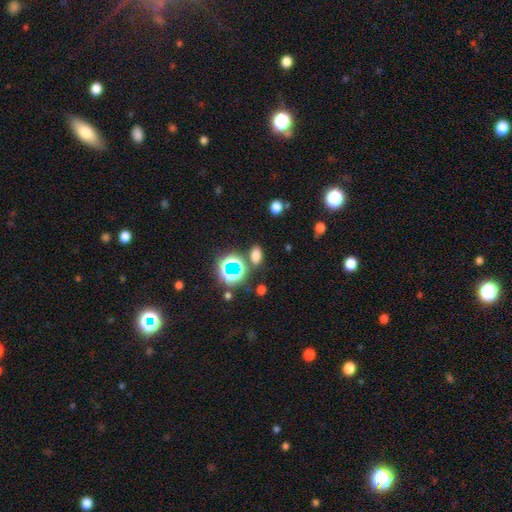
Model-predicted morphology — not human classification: Q: Smooth or featured?
A: smooth (68%); runner-up: star or artifact (25%)
Q: How rounded?
A: in between (84%); runner-up: round (13%)
Q: Merging?
A: none (80%); runner-up: minor disturbance (10%)